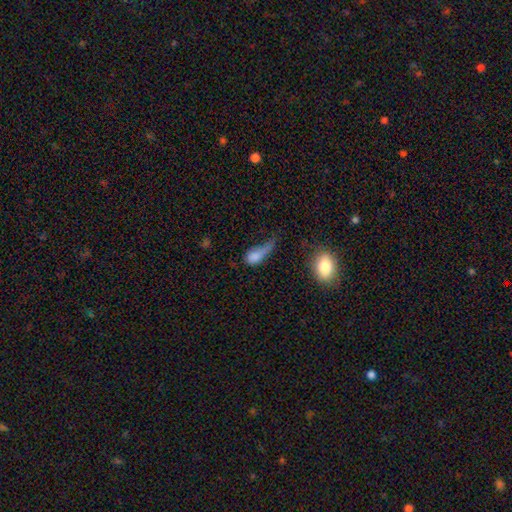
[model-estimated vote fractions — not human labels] A smooth galaxy with no disk features (72%) that is in between round and cigar-shaped (70%).

Vote fractions:
- Smooth or featured? smooth: 72% / featured or disk: 18% / star or artifact: 10%
- How rounded? in between: 70% / round: 16% / cigar-shaped: 14%
- Merging? major disturbance: 49% / minor disturbance: 22% / none: 18% / merger: 11%